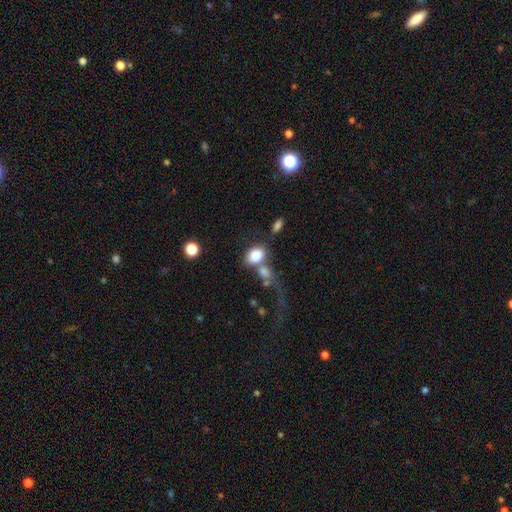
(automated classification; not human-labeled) Smooth or featured: smooth — 82% (featured or disk — 9%)
How rounded: in between — 75% (round — 23%)
Merging: merger — 43% (none — 31%)